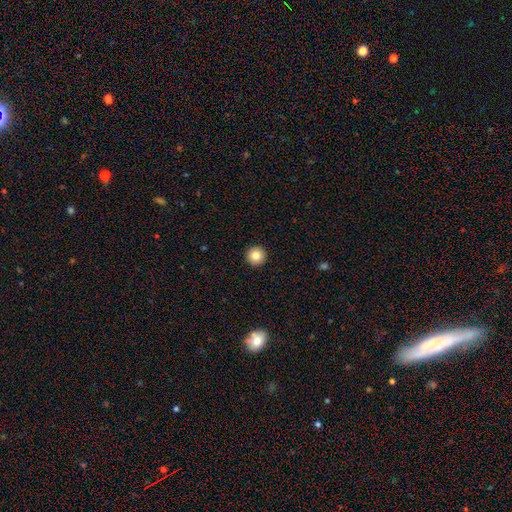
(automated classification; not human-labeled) This appears to be a smooth galaxy with no disk features (84%) that is round (96%). Merging: none (94%).